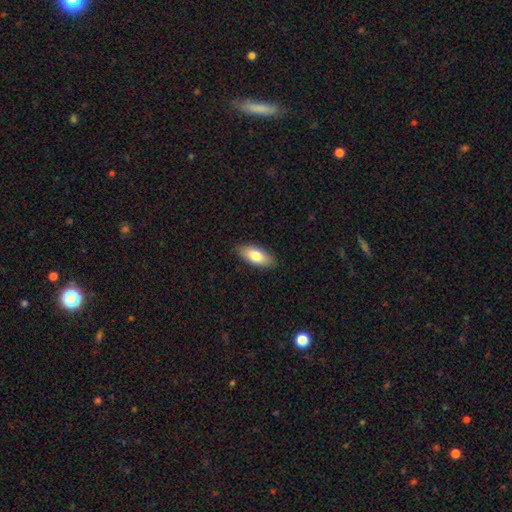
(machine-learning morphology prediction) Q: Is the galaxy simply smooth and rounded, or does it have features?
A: smooth — 79%.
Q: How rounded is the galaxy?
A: in between — 87%.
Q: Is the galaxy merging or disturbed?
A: none — 88%.